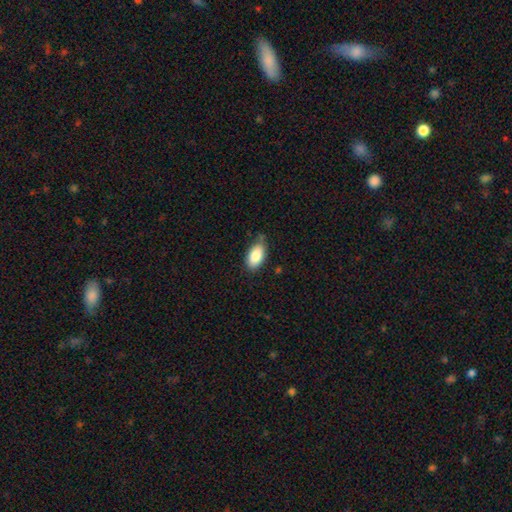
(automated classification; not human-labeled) Smooth or featured: smooth — 86% (featured or disk — 7%)
How rounded: in between — 94% (round — 3%)
Merging: none — 72% (minor disturbance — 22%)